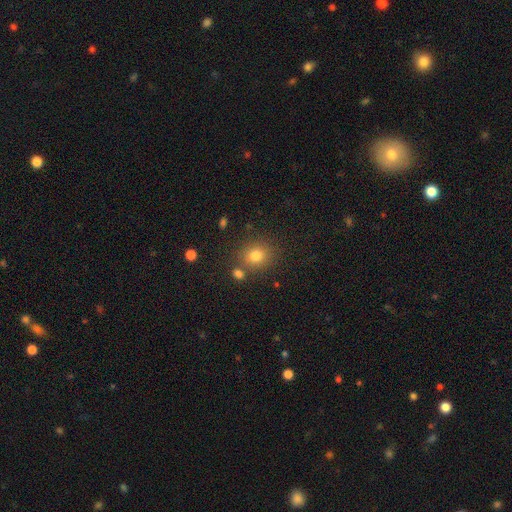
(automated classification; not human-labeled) Morphology: type=smooth (78%); roundness=round (75%); merging=none (76%).